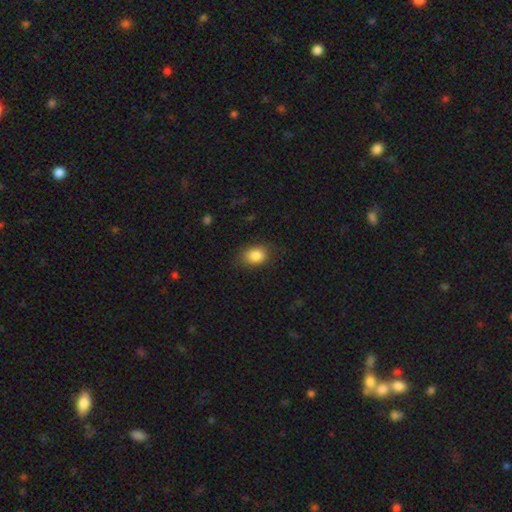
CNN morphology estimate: Smooth or featured: smooth — 85% (star or artifact — 9%)
How rounded: in between — 65% (round — 34%)
Merging: none — 78% (minor disturbance — 16%)